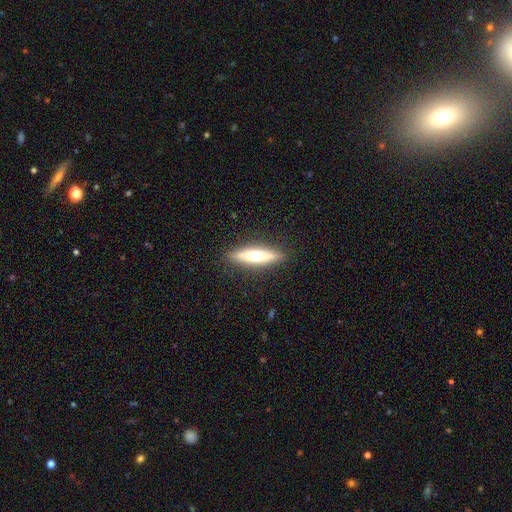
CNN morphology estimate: Q: Smooth or featured?
A: smooth (51%); runner-up: featured or disk (43%)
Q: How rounded?
A: cigar-shaped (72%); runner-up: in between (26%)
Q: Merging?
A: none (88%); runner-up: minor disturbance (8%)